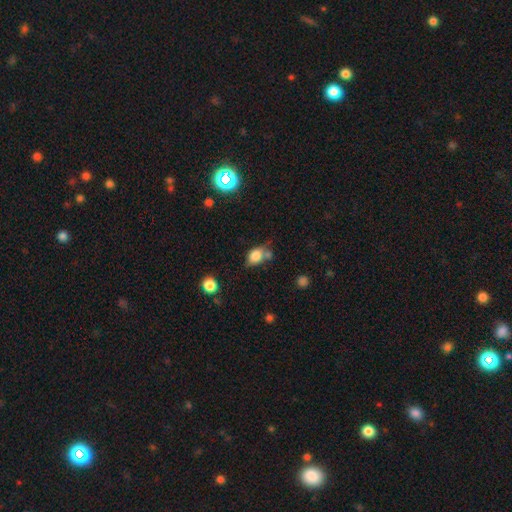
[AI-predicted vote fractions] smooth-or-featured: smooth: 79% | star or artifact: 11% | featured or disk: 10%
  how-rounded: in between: 71% | round: 27% | cigar-shaped: 2%
  merging: none: 48% | minor disturbance: 23% | merger: 21% | major disturbance: 8%